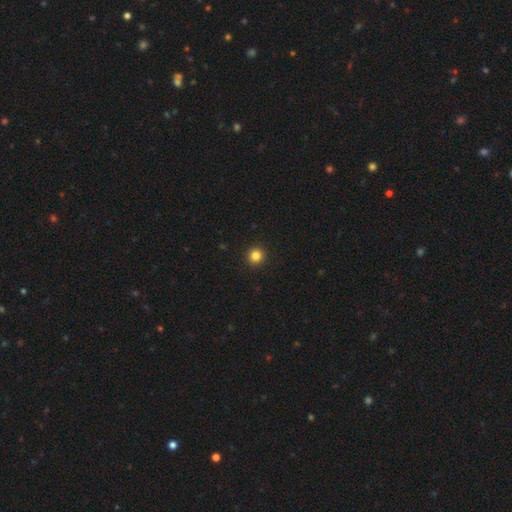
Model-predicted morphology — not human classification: type=smooth (83%); roundness=round (95%); merging=none (94%).